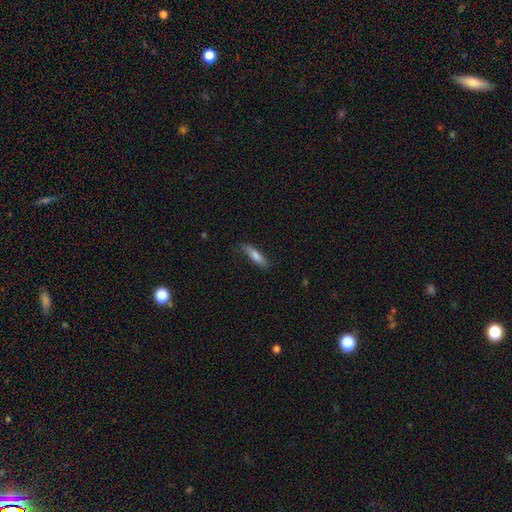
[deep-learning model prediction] smooth 77%, featured or disk 17%, star or artifact 6%. Down the decision tree: how rounded — cigar-shaped (68%); merging — none (77%).